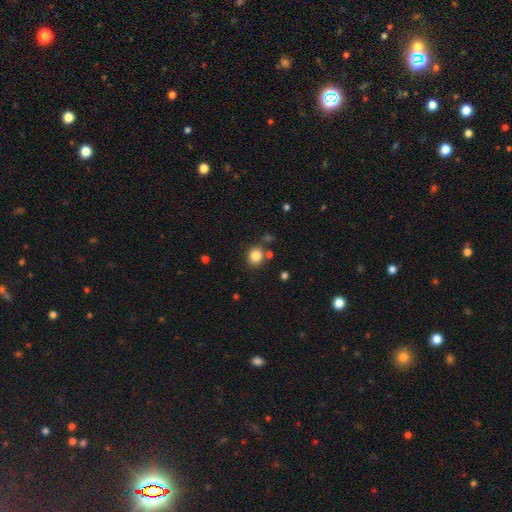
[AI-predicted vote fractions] smooth-or-featured: smooth: 84% | star or artifact: 11% | featured or disk: 5%
  how-rounded: round: 82% | in between: 17% | cigar-shaped: 1%
  merging: none: 78% | minor disturbance: 10% | merger: 9% | major disturbance: 3%